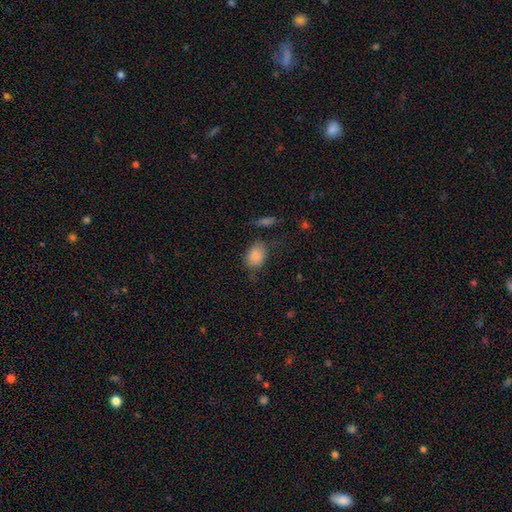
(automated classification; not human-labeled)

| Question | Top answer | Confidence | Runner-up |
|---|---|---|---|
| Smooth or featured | smooth | 83% | star or artifact (9%) |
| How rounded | in between | 68% | round (30%) |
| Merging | none | 58% | minor disturbance (26%) |